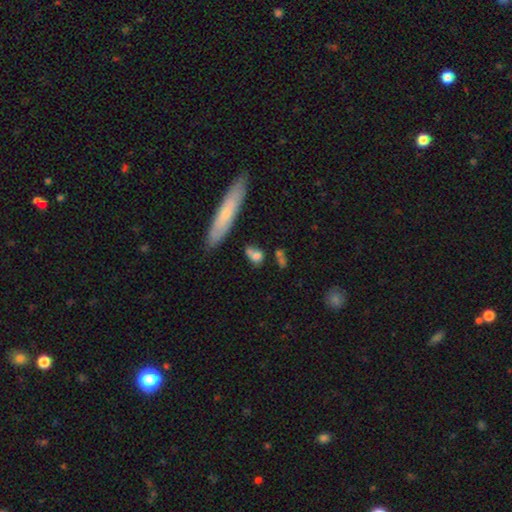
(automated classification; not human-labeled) A smooth galaxy with no disk features (69%) that is in between round and cigar-shaped (50%). Merging: none (48%).